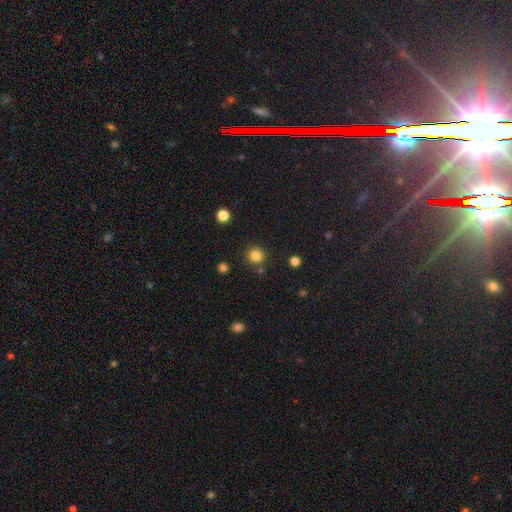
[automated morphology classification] This is clearly a smooth galaxy (83%). How rounded: clearly round (93%). Merging: clearly none (86%).